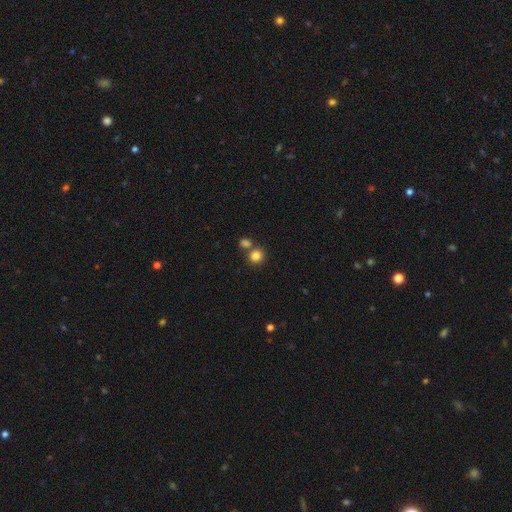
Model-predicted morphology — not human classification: Smooth or featured: smooth — 83% (star or artifact — 11%)
How rounded: round — 89% (in between — 10%)
Merging: none — 63% (merger — 27%)